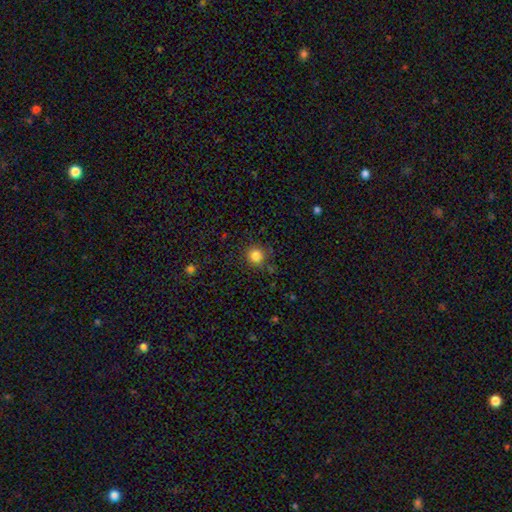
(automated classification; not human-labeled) The model was most divided on "smooth or featured": smooth: 83%, star or artifact: 12%, featured or disk: 5%. More confident: how rounded — round (93%); merging — none (84%).